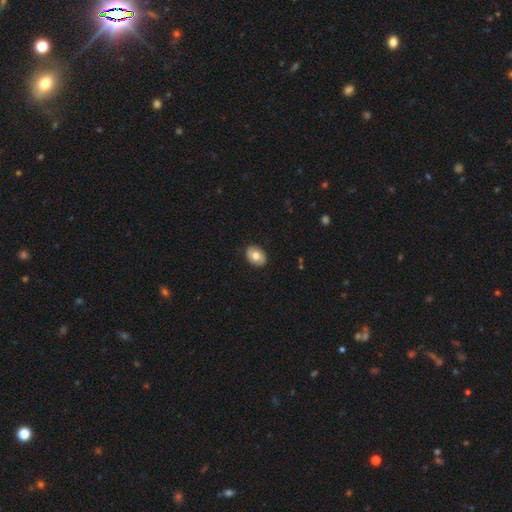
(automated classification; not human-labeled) smooth-or-featured: smooth: 71% | featured or disk: 22% | star or artifact: 7%
  how-rounded: in between: 68% | round: 31% | cigar-shaped: 1%
  merging: none: 88% | minor disturbance: 9% | major disturbance: 2% | merger: 1%